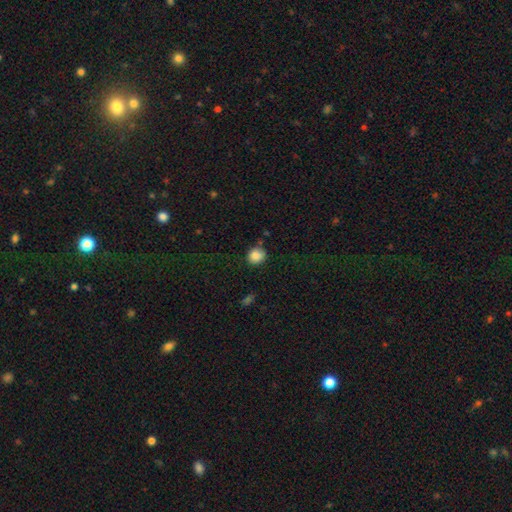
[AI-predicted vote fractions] This appears to be a smooth galaxy with no disk features (87%) that is round (80%). Merging: none (76%).